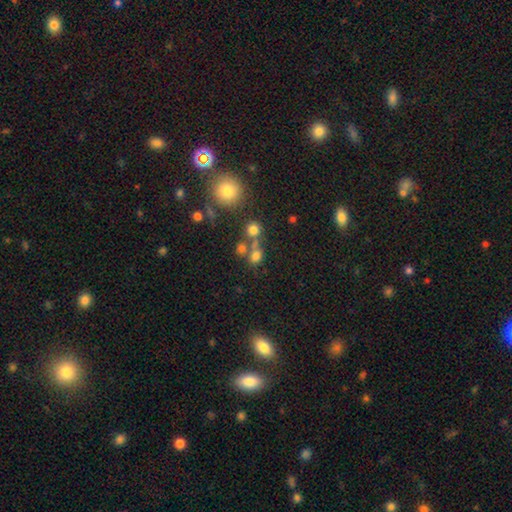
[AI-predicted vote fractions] Overall: smooth (69%). How rounded: round (67%; in between 32%). Merging: none (48%; merger 34%).